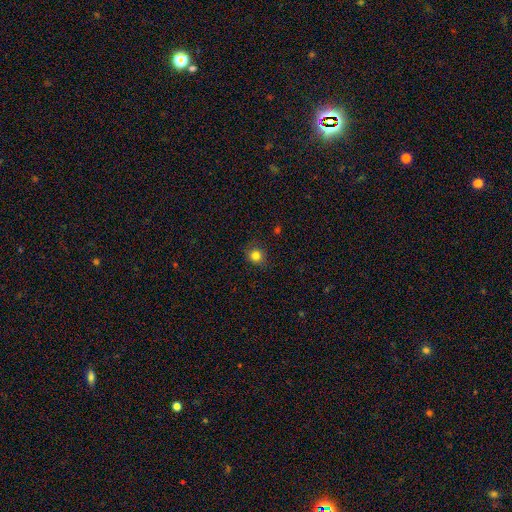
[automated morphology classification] type=smooth (82%); roundness=round (87%); merging=none (87%).